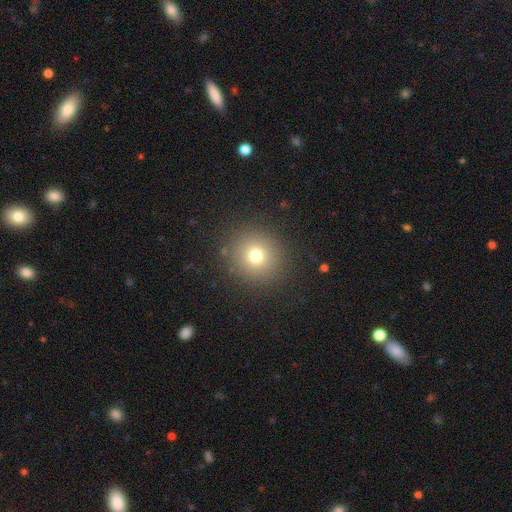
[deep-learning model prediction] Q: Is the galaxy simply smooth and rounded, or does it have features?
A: smooth — 75%.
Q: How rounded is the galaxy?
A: round — 91%.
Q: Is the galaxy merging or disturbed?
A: none — 89%.